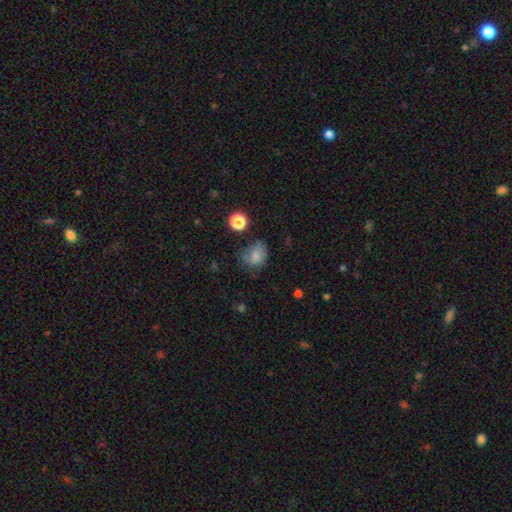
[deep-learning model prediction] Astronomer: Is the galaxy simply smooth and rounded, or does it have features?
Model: smooth — 68%.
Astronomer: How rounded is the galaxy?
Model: round — 57% (runner-up: in between, 42%).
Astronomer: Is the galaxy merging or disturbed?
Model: none — 47% (runner-up: minor disturbance, 29%).